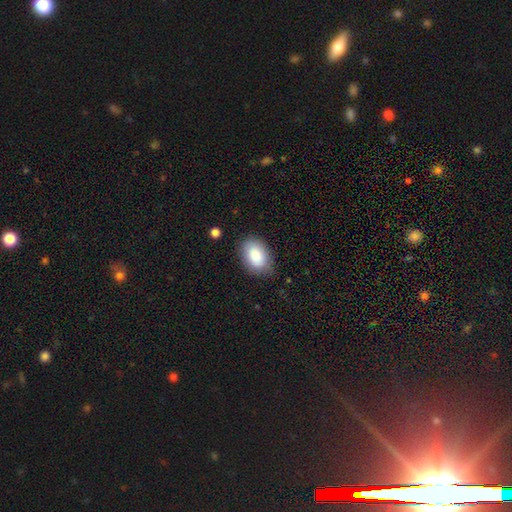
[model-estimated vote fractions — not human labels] A smooth galaxy with no disk features (87%) that is in between round and cigar-shaped (87%).

Vote fractions:
- Smooth or featured? smooth: 87% / featured or disk: 7% / star or artifact: 7%
- How rounded? in between: 87% / round: 12% / cigar-shaped: 1%
- Merging? none: 78% / minor disturbance: 16% / major disturbance: 4% / merger: 2%